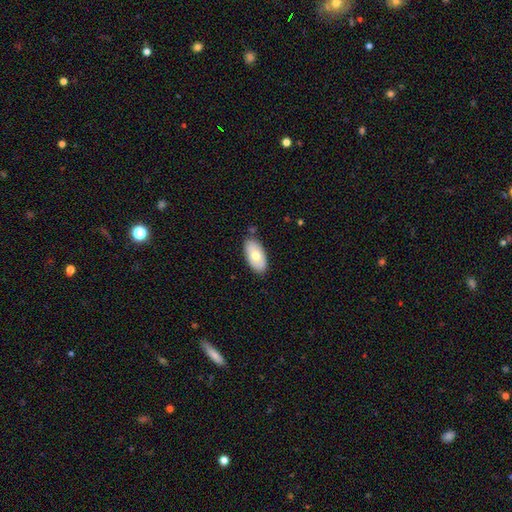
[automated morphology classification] smooth_or_featured: smooth (p=0.68) [alt: featured or disk p=0.25]
how_rounded: in between (p=0.94) [alt: round p=0.03]
merging: none (p=0.83) [alt: minor disturbance p=0.12]